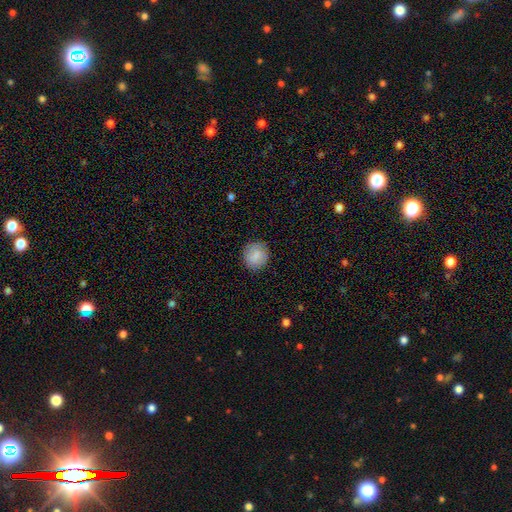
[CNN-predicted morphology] A smooth galaxy with no disk features (83%) that is round (90%).

Vote fractions:
- Smooth or featured? smooth: 83% / featured or disk: 10% / star or artifact: 7%
- How rounded? round: 90% / in between: 9% / cigar-shaped: 1%
- Merging? none: 88% / minor disturbance: 9% / major disturbance: 2% / merger: 1%